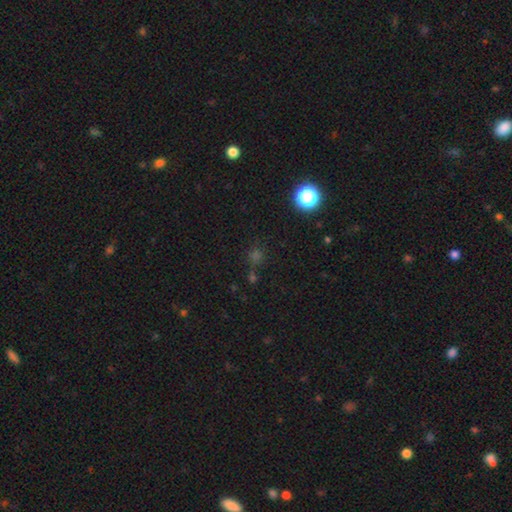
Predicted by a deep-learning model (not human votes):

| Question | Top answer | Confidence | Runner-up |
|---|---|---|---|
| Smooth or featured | smooth | 47% | tied: star or artifact (47%) |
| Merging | none | 73% | merger (13%) |